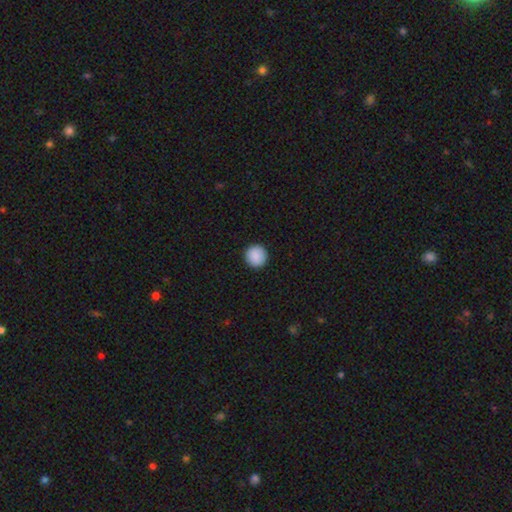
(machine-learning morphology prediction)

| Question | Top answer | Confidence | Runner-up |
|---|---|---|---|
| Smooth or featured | smooth | 90% | star or artifact (8%) |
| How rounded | round | 96% | in between (3%) |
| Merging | none | 93% | minor disturbance (5%) |